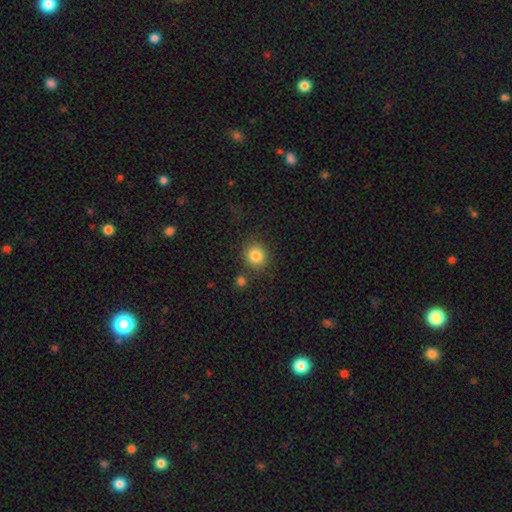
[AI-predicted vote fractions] This is clearly a smooth galaxy (83%). How rounded: clearly round (90%). Merging: clearly none (82%).